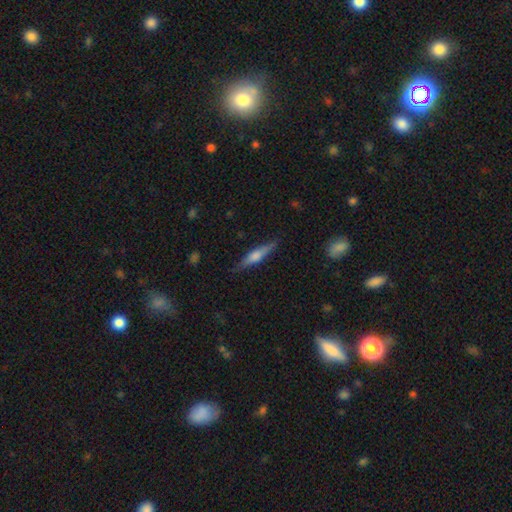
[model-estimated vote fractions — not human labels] smooth_or_featured: featured or disk (p=0.50) [alt: smooth p=0.43]
disk_edge_on: yes (p=0.95) [alt: no p=0.05]
merging: none (p=0.84) [alt: minor disturbance p=0.12]